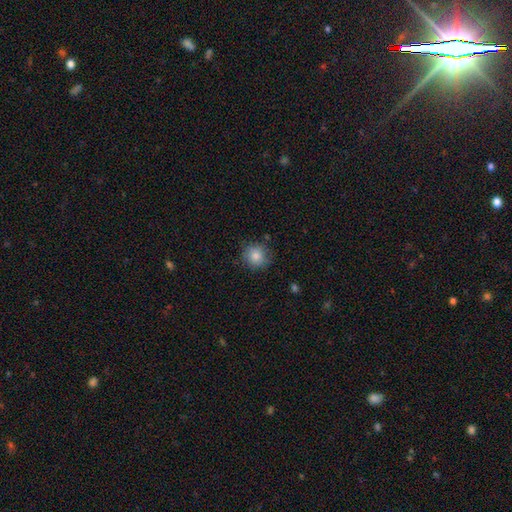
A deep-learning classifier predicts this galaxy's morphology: Q: Smooth or featured?
A: smooth (84%); runner-up: star or artifact (9%)
Q: How rounded?
A: round (87%); runner-up: in between (12%)
Q: Merging?
A: none (78%); runner-up: minor disturbance (16%)